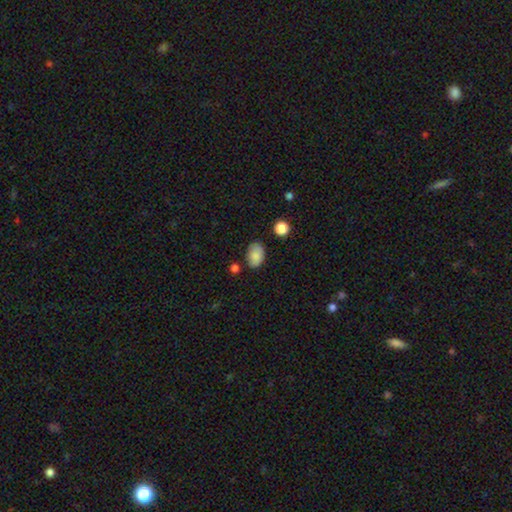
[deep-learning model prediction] A smooth galaxy with no disk features (85%) that is in between round and cigar-shaped (87%).

Vote fractions:
- Smooth or featured? smooth: 85% / star or artifact: 8% / featured or disk: 7%
- How rounded? in between: 87% / round: 12% / cigar-shaped: 1%
- Merging? none: 73% / minor disturbance: 19% / major disturbance: 4% / merger: 4%